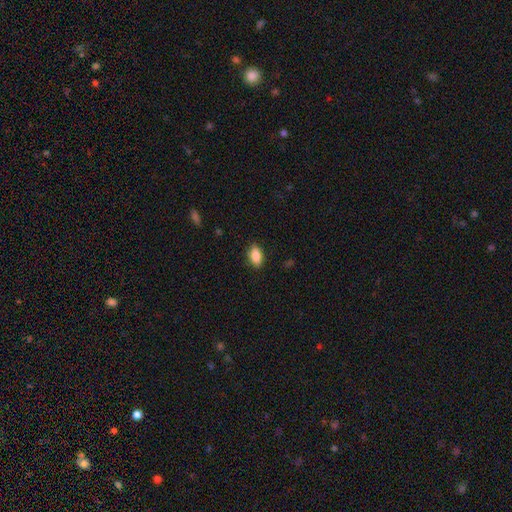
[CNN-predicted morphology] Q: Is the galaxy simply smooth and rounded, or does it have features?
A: smooth — 85%.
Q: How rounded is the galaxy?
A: in between — 88%.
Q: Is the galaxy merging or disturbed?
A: none — 84%.